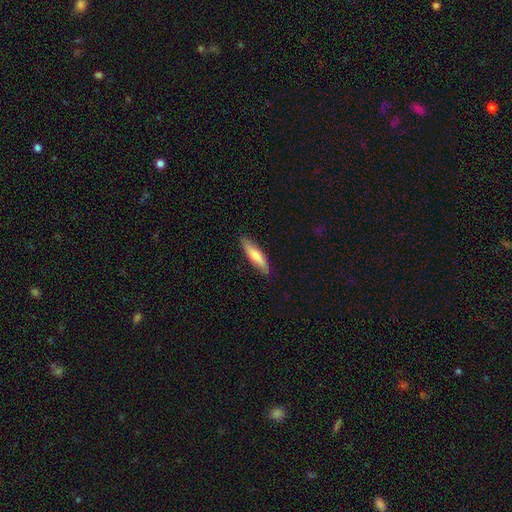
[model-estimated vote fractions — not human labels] This appears to be a smooth galaxy with no disk features (74%) that is cigar-shaped (73%). Merging: none (86%).